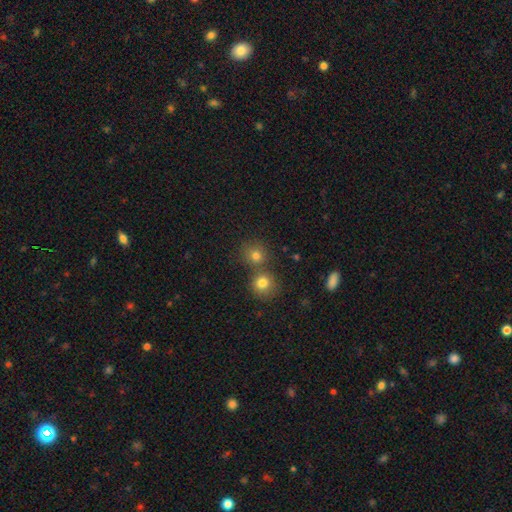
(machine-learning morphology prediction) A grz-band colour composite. It shows a smooth galaxy with no disk features (77%) that is round (87%). Merging: none (58%).